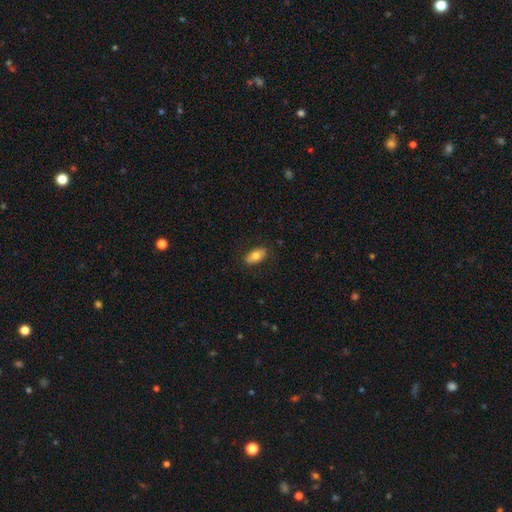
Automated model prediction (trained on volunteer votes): Smooth or featured? smooth (75%)
How rounded? in between (91%)
Merging? none (84%)